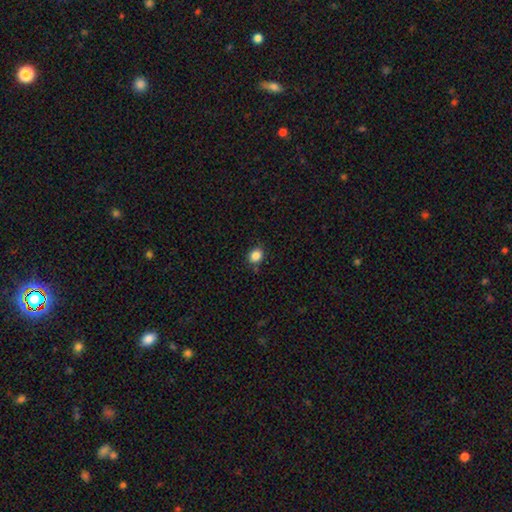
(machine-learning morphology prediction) This appears to be a smooth galaxy with no disk features (85%) that is round (65%). Merging: none (79%).